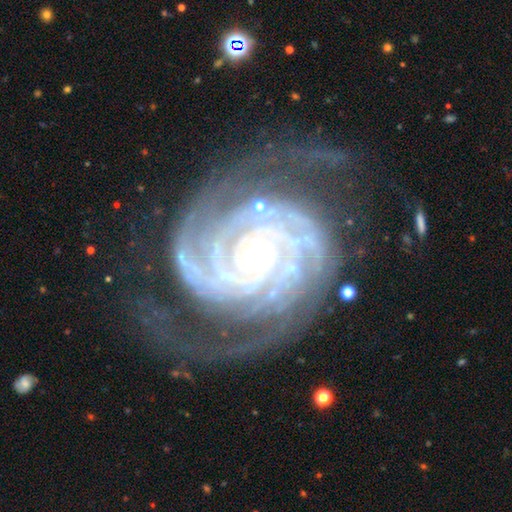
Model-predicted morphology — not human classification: featured or disk 93%, star or artifact 5%, smooth 2%. Down the decision tree: edge-on disk — no (98%); bar — no (72%); spiral arms — yes (99%); spiral arm count — 2 (34%); spiral winding — tight (79%); bulge size — small (77%); merging — none (67%).